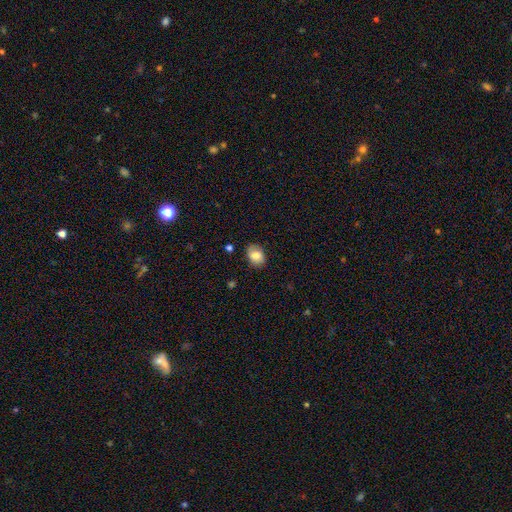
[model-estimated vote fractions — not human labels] Morphology: type=smooth (74%); roundness=in between (65%); merging=none (80%).